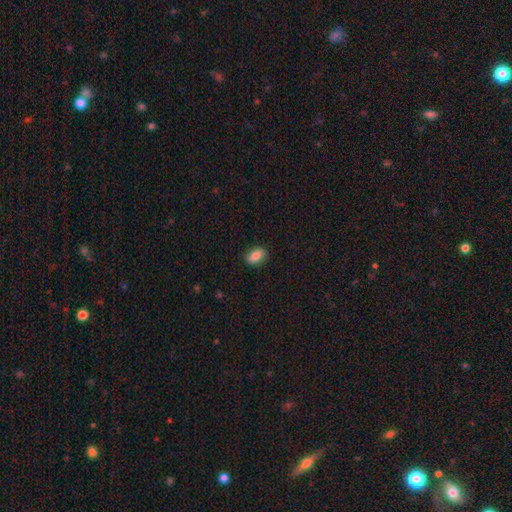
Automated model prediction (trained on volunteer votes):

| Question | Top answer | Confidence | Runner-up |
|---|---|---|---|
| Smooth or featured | smooth | 83% | featured or disk (10%) |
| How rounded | in between | 86% | round (11%) |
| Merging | none | 86% | minor disturbance (11%) |